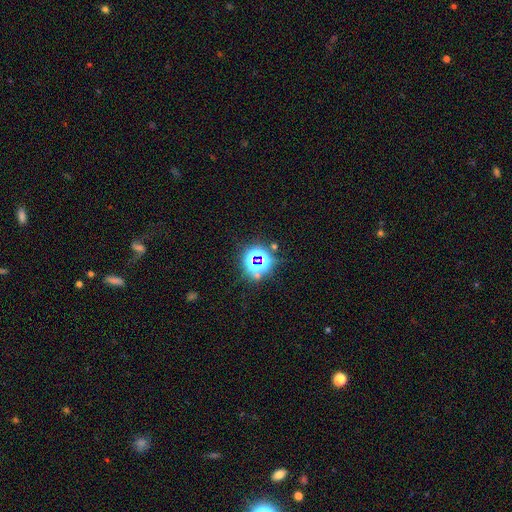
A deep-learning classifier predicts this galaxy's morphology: Overall: star or artifact (74%).